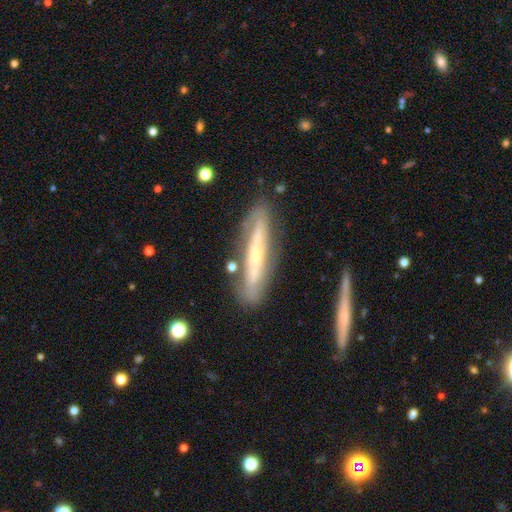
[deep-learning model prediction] This appears to be a featured or disk galaxy (67%) viewed edge-on (58%). Merging: none (77%).